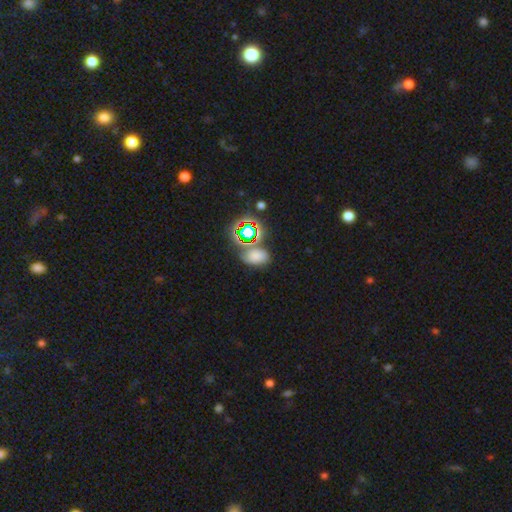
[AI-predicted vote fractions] A smooth galaxy with no disk features (58%) that is in between round and cigar-shaped (78%).

Vote fractions:
- Smooth or featured? smooth: 58% / star or artifact: 32% / featured or disk: 10%
- How rounded? in between: 78% / round: 20% / cigar-shaped: 2%
- Merging? none: 61% / minor disturbance: 16% / merger: 15% / major disturbance: 7%